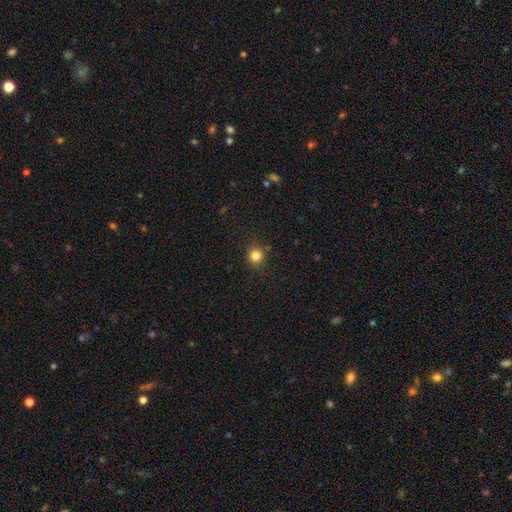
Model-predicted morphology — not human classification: Smooth or featured: smooth — 82% (star or artifact — 13%)
How rounded: round — 89% (in between — 10%)
Merging: none — 86% (minor disturbance — 9%)